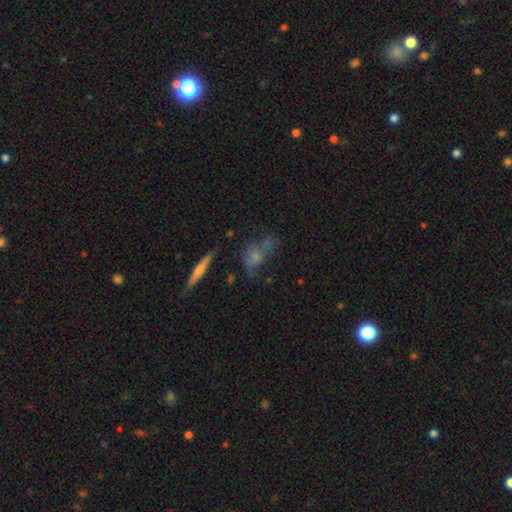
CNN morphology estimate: Q: Smooth or featured?
A: featured or disk (44%); runner-up: smooth (40%)
Q: Merging?
A: none (46%); runner-up: minor disturbance (24%)